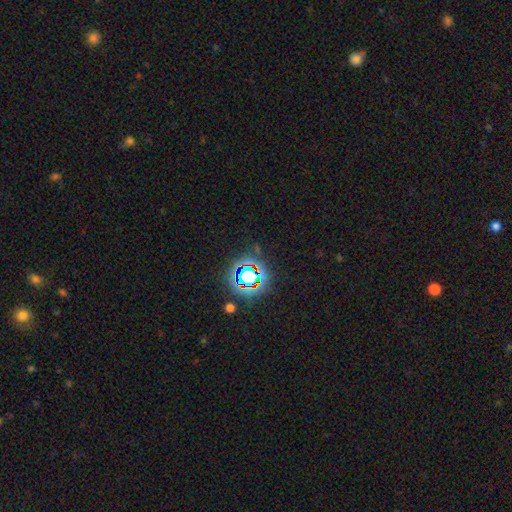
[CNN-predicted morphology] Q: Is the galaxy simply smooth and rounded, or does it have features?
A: star or artifact — 79%.